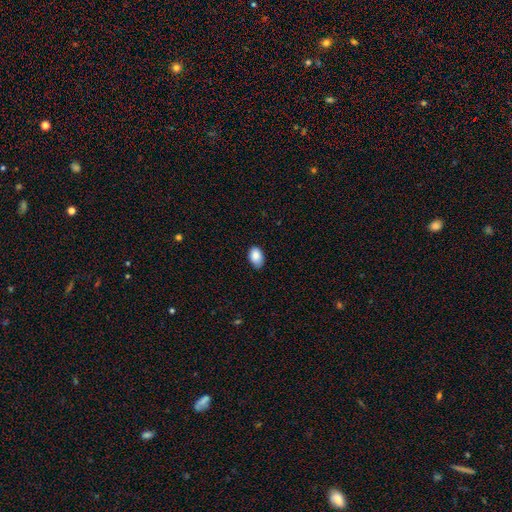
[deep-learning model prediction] A smooth galaxy with no disk features (87%) that is in between round and cigar-shaped (88%).

Vote fractions:
- Smooth or featured? smooth: 87% / star or artifact: 7% / featured or disk: 5%
- How rounded? in between: 88% / round: 11% / cigar-shaped: 1%
- Merging? none: 75% / minor disturbance: 21% / major disturbance: 3% / merger: 1%